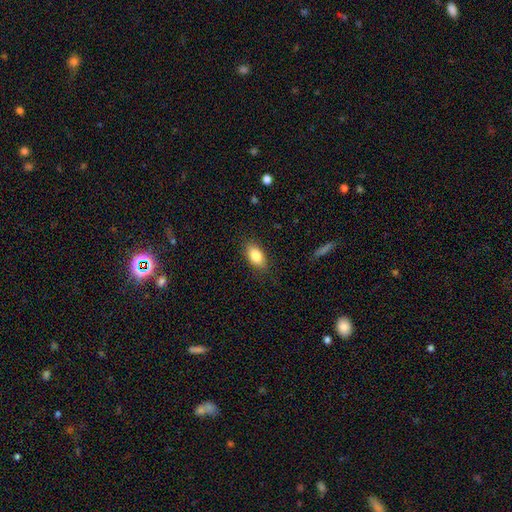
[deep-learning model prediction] smooth_or_featured: smooth (p=0.84) [alt: featured or disk p=0.08]
how_rounded: in between (p=0.89) [alt: round p=0.07]
merging: none (p=0.85) [alt: minor disturbance p=0.11]